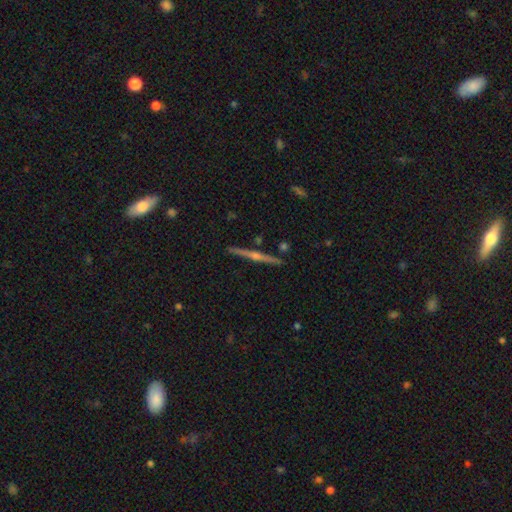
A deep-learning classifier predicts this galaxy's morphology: Smooth or featured: featured or disk — 81% (smooth — 13%)
Edge-on disk: yes — 98% (no — 2%)
Edge-on bulge: rounded — 87% (none — 8%)
Merging: none — 92% (minor disturbance — 5%)